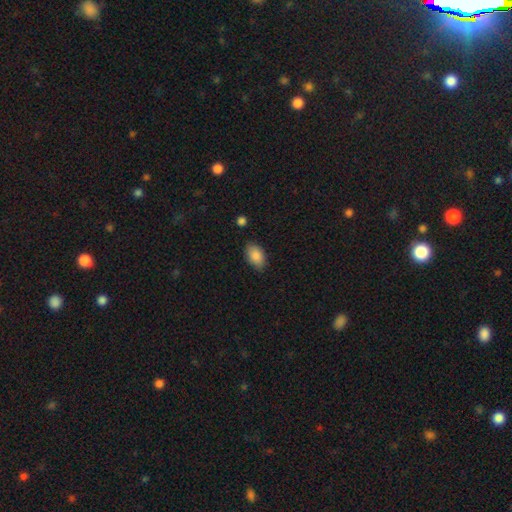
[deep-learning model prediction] This appears to be a smooth galaxy with no disk features (87%) that is in between round and cigar-shaped (91%). Merging: none (80%).